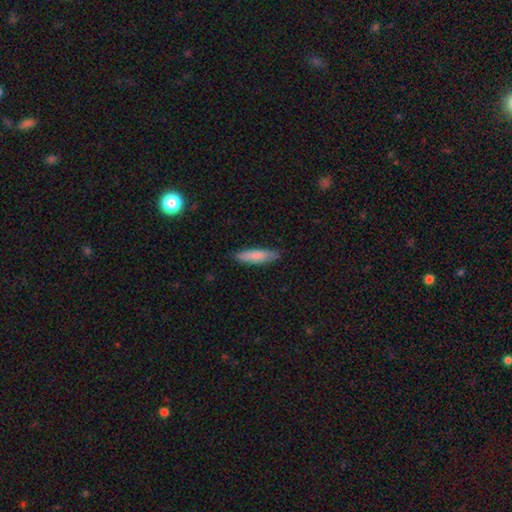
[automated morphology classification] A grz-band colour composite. It shows a smooth galaxy with no disk features (80%) that is cigar-shaped (66%). Merging: none (85%).